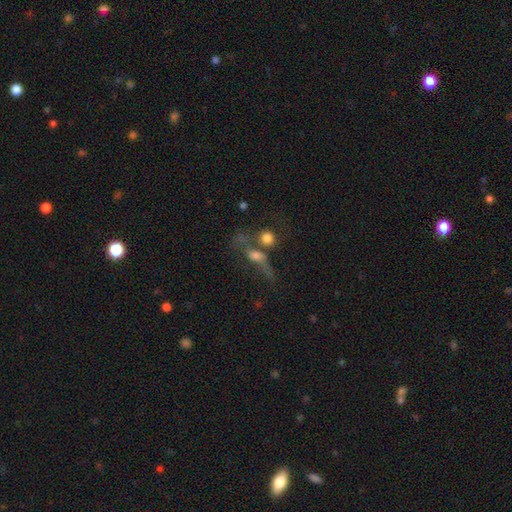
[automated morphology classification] Smooth or featured?
  - smooth: 45% *
  - featured or disk: 37%
  - star or artifact: 18%
Merging?
  - merger: 40% *
  - none: 25%
  - major disturbance: 23%
  - minor disturbance: 12%